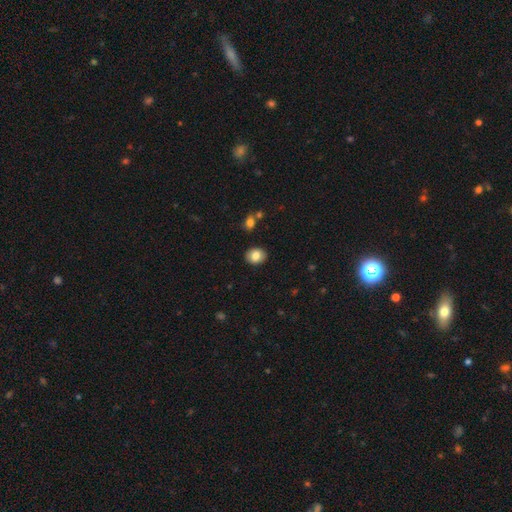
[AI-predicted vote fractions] smooth 83%, featured or disk 9%, star or artifact 8%. Down the decision tree: how rounded — round (52%); merging — none (90%).